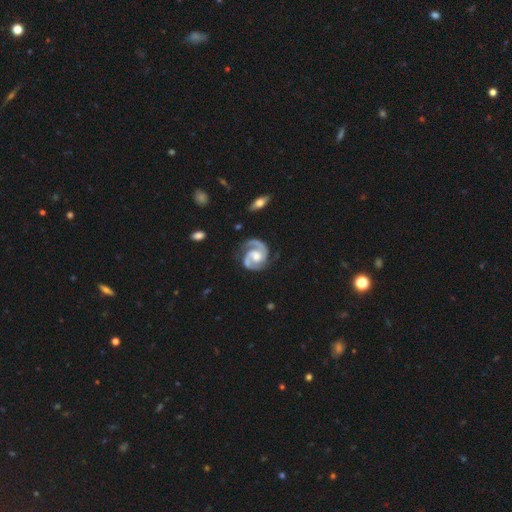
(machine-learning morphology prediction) A featured or disk galaxy (92%) with no bar (53%), 2 (90%) medium (49%) spiral arms (98%) and a moderate central bulge (52%). Merging: none (71%).